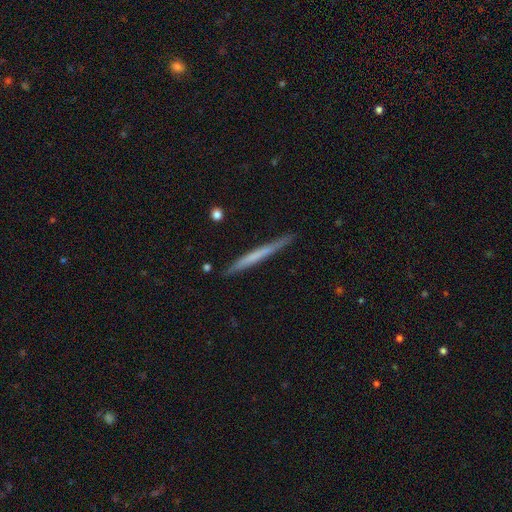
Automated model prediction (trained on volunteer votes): smooth_or_featured: smooth (p=0.52) [alt: featured or disk p=0.43]
how_rounded: cigar-shaped (p=0.97) [alt: in between p=0.02]
merging: none (p=0.88) [alt: minor disturbance p=0.09]